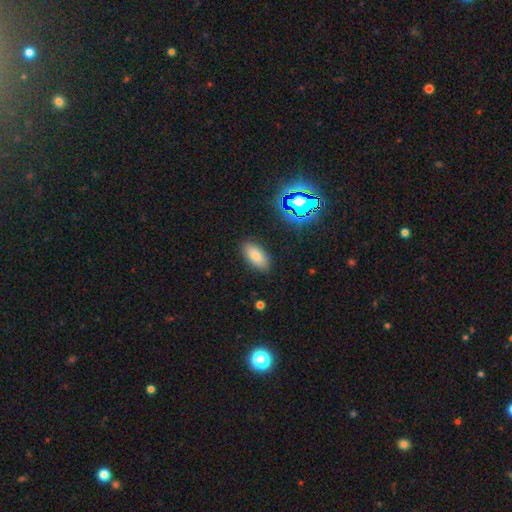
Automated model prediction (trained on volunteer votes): A smooth galaxy with no disk features (81%) that is in between round and cigar-shaped (88%).

Vote fractions:
- Smooth or featured? smooth: 81% / star or artifact: 12% / featured or disk: 8%
- How rounded? in between: 88% / cigar-shaped: 9% / round: 3%
- Merging? none: 87% / minor disturbance: 9% / major disturbance: 3% / merger: 1%